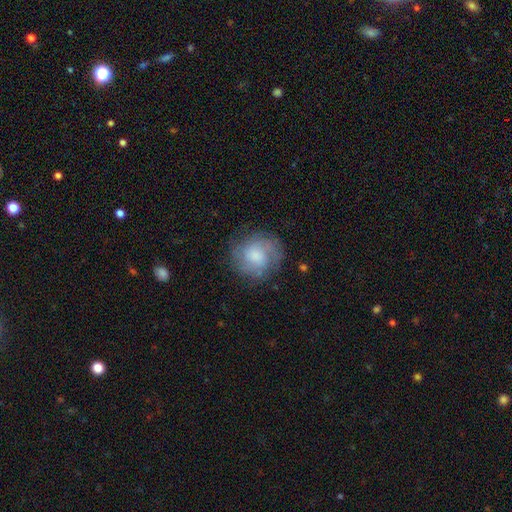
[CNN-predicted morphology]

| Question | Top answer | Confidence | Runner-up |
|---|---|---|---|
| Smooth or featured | smooth | 49% | featured or disk (42%) |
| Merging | none | 71% | minor disturbance (18%) |